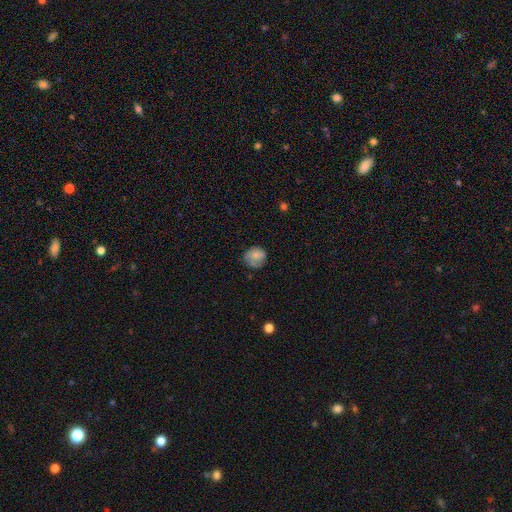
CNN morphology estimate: Smooth or featured? Predicted: smooth (p=0.71). How rounded? Predicted: round (p=0.79). Merging? Predicted: none (p=0.64).